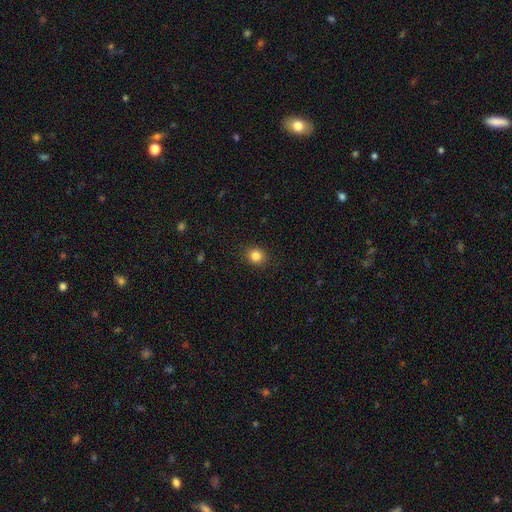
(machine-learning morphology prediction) smooth 84%, star or artifact 11%, featured or disk 4%. Down the decision tree: how rounded — round (85%); merging — none (90%).